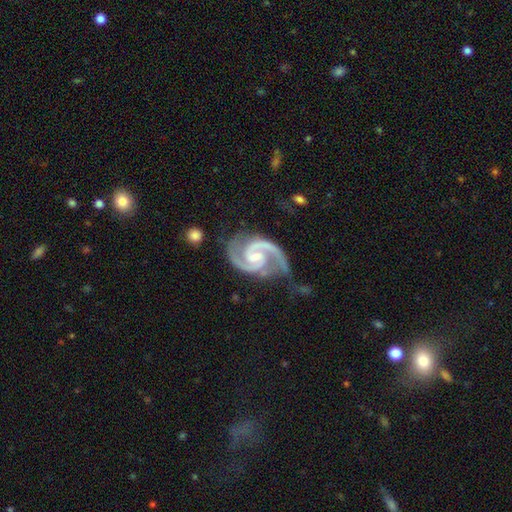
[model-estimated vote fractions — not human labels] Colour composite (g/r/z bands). It shows a featured or disk galaxy (95%) with a weak bar (51%), 2 (94%) medium (60%) spiral arms (99%) and a small central bulge (40%). Merging: none (63%).